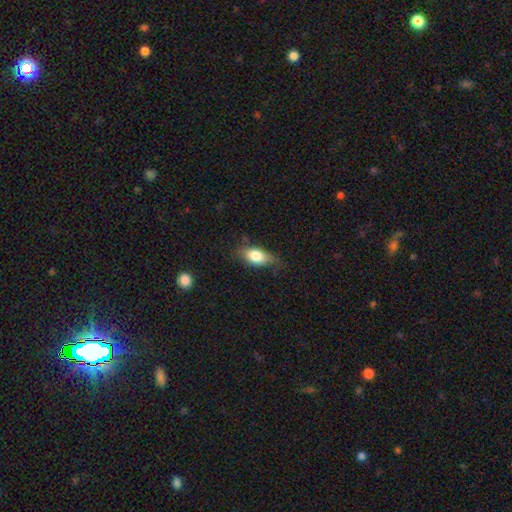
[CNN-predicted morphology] This is likely a smooth galaxy (78%). How rounded: clearly in between (87%). Merging: possibly none (59%).